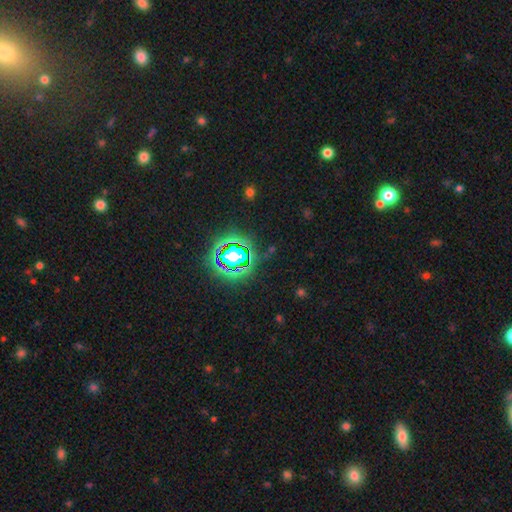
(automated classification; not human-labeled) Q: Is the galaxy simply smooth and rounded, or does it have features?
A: star or artifact — 79%.